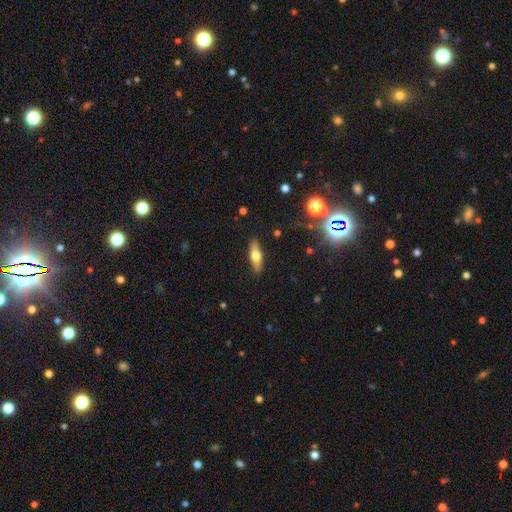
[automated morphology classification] smooth 58%, featured or disk 35%, star or artifact 8%. Down the decision tree: how rounded — in between (50%); merging — none (88%).